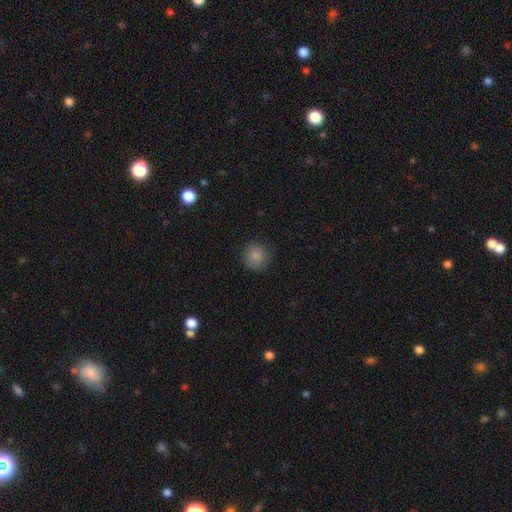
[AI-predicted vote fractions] A smooth galaxy with no disk features (86%) that is round (94%).

Vote fractions:
- Smooth or featured? smooth: 86% / star or artifact: 10% / featured or disk: 4%
- How rounded? round: 94% / in between: 5% / cigar-shaped: 1%
- Merging? none: 89% / minor disturbance: 8% / major disturbance: 2% / merger: 1%